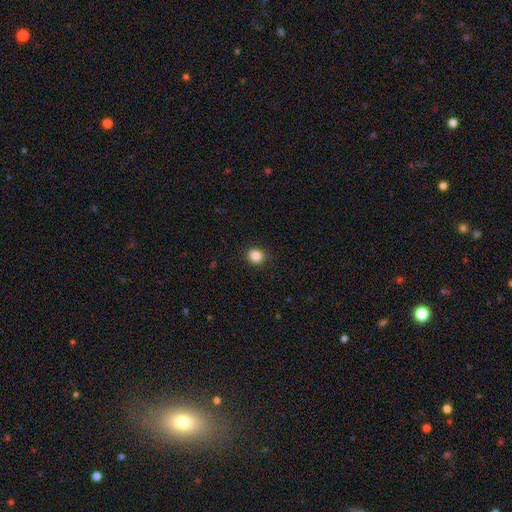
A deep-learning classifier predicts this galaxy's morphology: smooth-or-featured: smooth: 86% | star or artifact: 10% | featured or disk: 3%
  how-rounded: round: 78% | in between: 21% | cigar-shaped: 1%
  merging: none: 89% | minor disturbance: 8% | major disturbance: 2% | merger: 1%